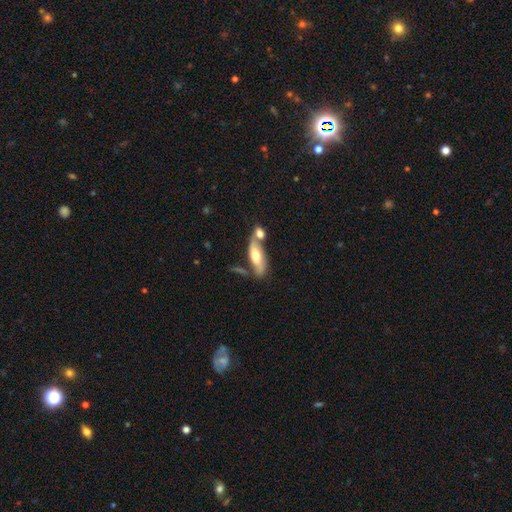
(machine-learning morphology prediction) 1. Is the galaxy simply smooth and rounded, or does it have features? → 49% smooth, 45% featured or disk, 6% star or artifact.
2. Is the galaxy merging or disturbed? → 45% none, 34% merger, 15% minor disturbance, 7% major disturbance.